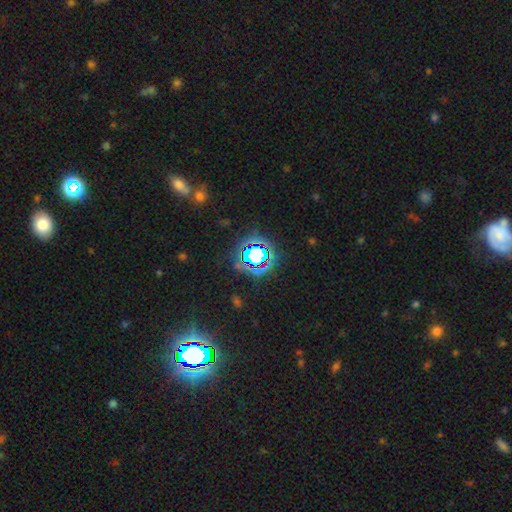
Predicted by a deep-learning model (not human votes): A star or artifact, not a galaxy (70%).

Vote fractions:
- Smooth or featured? star or artifact: 70% / smooth: 19% / featured or disk: 11%